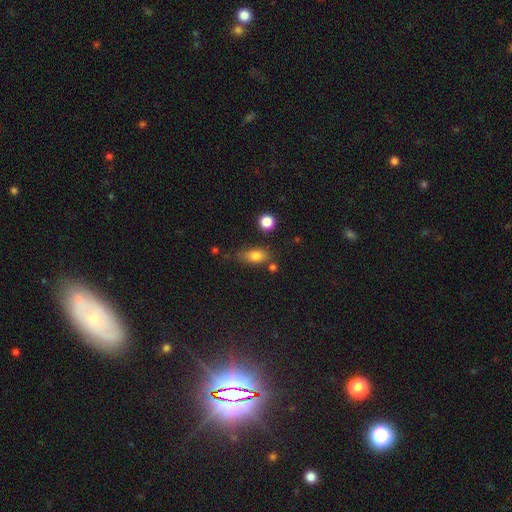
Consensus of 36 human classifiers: smooth 92%, featured or disk 6%, star or artifact 3%. Down the decision tree: how rounded — in between (79%); merging — none (63%).